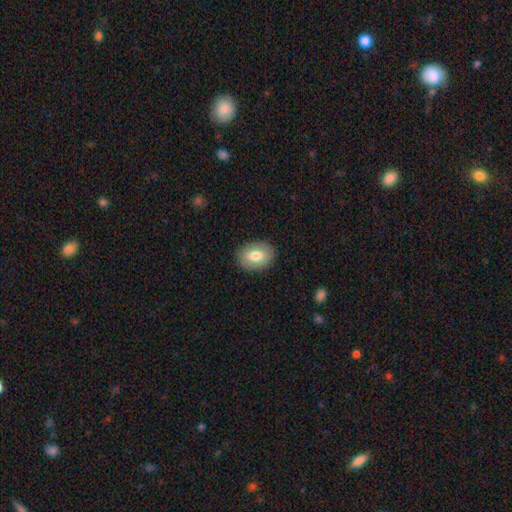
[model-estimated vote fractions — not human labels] Smooth or featured?
  - smooth: 74% *
  - featured or disk: 19%
  - star or artifact: 7%
How rounded?
  - in between: 76% *
  - round: 23%
  - cigar-shaped: 1%
Merging?
  - none: 87% *
  - minor disturbance: 9%
  - major disturbance: 3%
  - merger: 1%